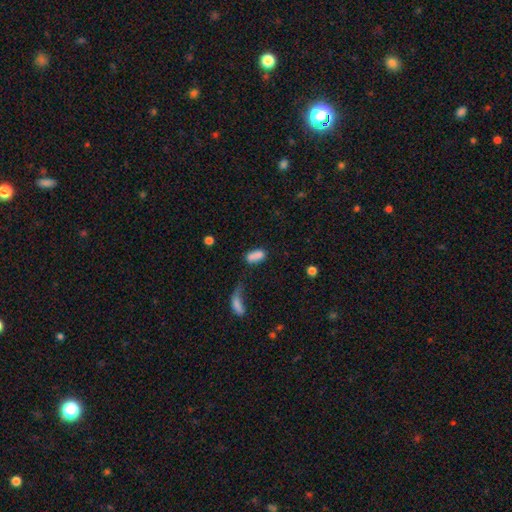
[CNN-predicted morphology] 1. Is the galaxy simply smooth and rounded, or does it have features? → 80% smooth, 10% star or artifact, 10% featured or disk.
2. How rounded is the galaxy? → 83% in between, 11% cigar-shaped, 5% round.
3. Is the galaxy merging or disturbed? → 46% none, 22% merger, 21% minor disturbance, 11% major disturbance.